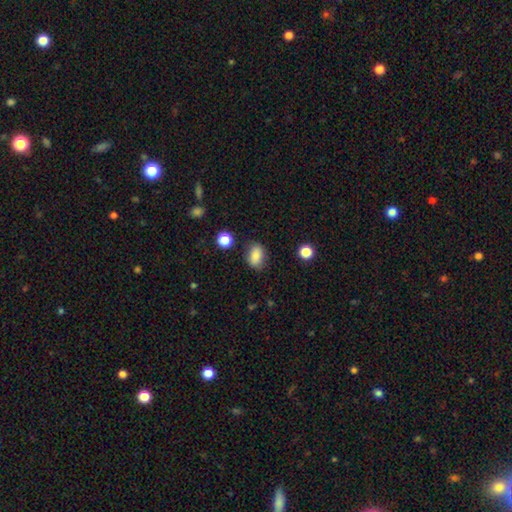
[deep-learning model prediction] Smooth or featured: smooth — 84% (star or artifact — 9%)
How rounded: in between — 77% (round — 21%)
Merging: none — 79% (minor disturbance — 15%)